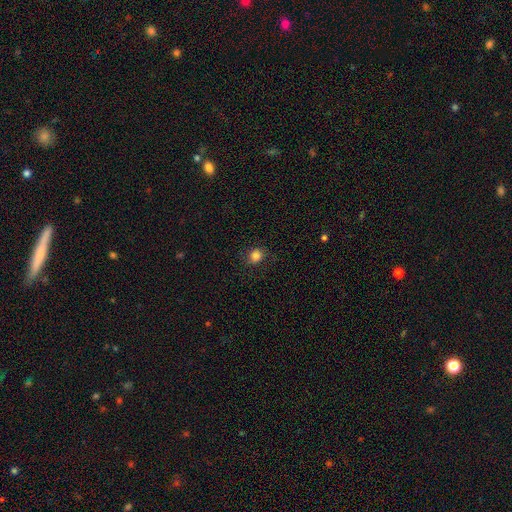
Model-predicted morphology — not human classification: A smooth galaxy with no disk features (83%) that is round (74%).

Vote fractions:
- Smooth or featured? smooth: 83% / star or artifact: 11% / featured or disk: 6%
- How rounded? round: 74% / in between: 25% / cigar-shaped: 1%
- Merging? none: 79% / minor disturbance: 14% / major disturbance: 5% / merger: 1%